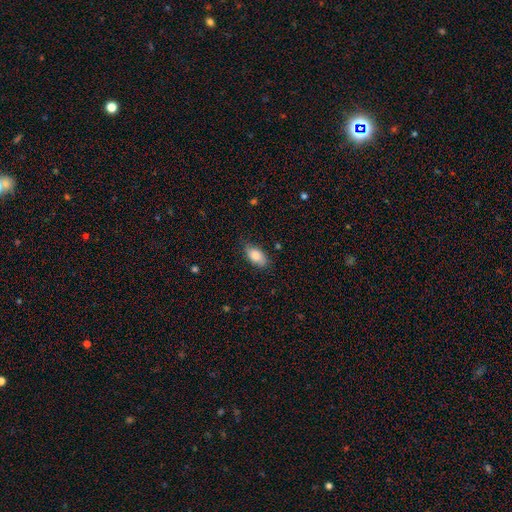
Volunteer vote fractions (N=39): Smooth or featured?
  - smooth: 79% *
  - star or artifact: 13%
  - featured or disk: 8%
How rounded?
  - in between: 100% *
  - round: 0%
  - cigar-shaped: 0%
Merging?
  - none: 74% *
  - minor disturbance: 24%
  - major disturbance: 3%
  - merger: 0%